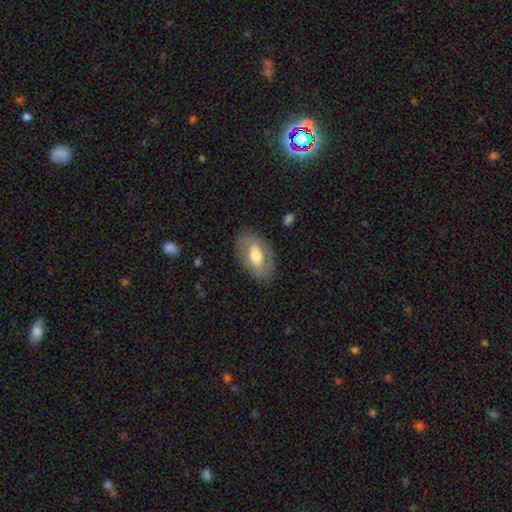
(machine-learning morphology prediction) This appears to be a featured or disk galaxy (48%). Merging: none (81%).